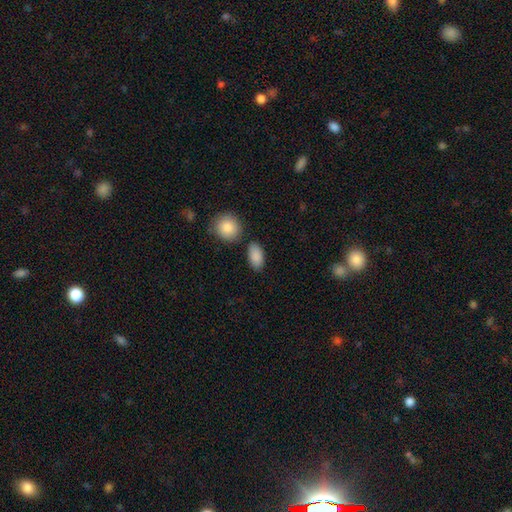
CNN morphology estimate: This is clearly a smooth galaxy (89%). How rounded: clearly in between (91%). Merging: likely none (79%).